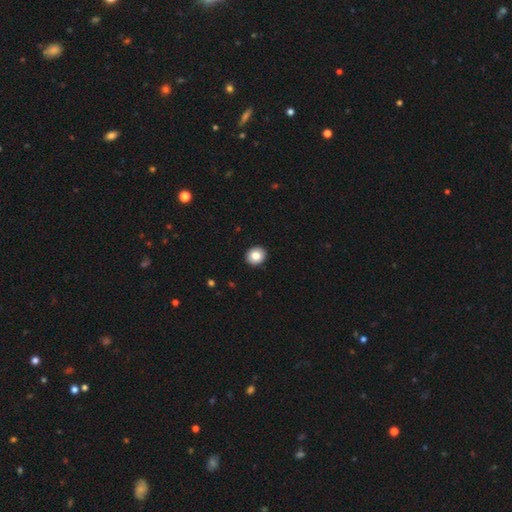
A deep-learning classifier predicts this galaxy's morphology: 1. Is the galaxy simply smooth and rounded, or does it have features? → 82% smooth, 9% featured or disk, 9% star or artifact.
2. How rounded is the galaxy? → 81% round, 19% in between, 1% cigar-shaped.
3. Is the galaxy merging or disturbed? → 93% none, 5% minor disturbance, 1% major disturbance, 1% merger.